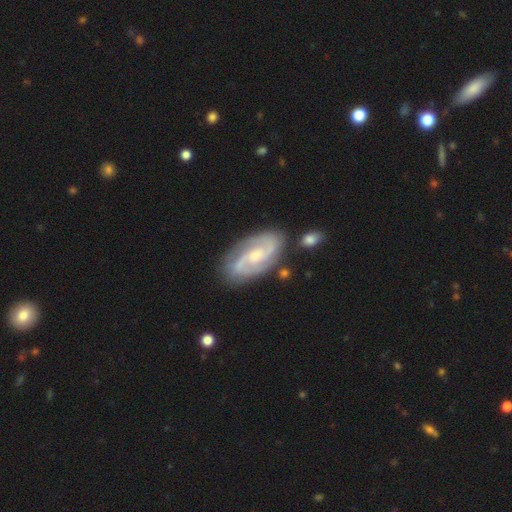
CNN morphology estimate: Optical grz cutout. It shows a featured or disk galaxy (88%) with no bar (45%), 2 (84%) medium (51%) spiral arms (97%) and a small central bulge (50%). Merging: none (78%).